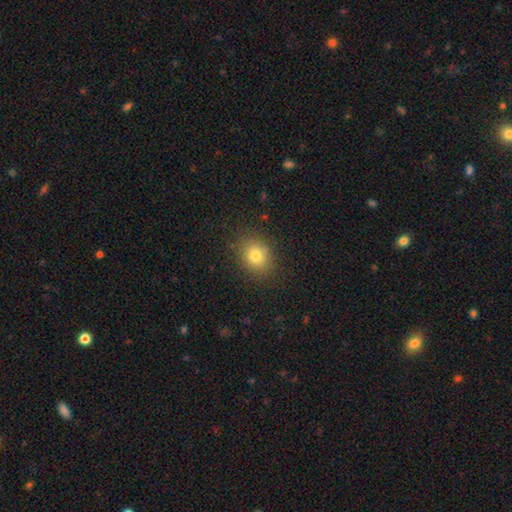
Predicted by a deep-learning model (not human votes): smooth 80%, star or artifact 12%, featured or disk 8%. Down the decision tree: how rounded — round (60%); merging — none (85%).